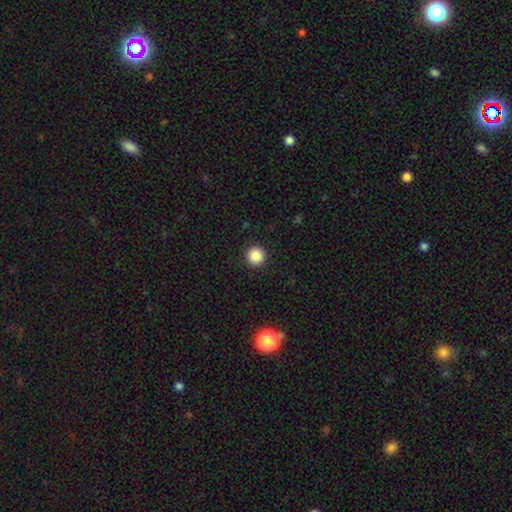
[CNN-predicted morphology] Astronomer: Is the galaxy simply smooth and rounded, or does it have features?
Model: smooth — 86%.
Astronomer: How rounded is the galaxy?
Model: round — 96%.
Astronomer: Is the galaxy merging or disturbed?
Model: none — 93%.